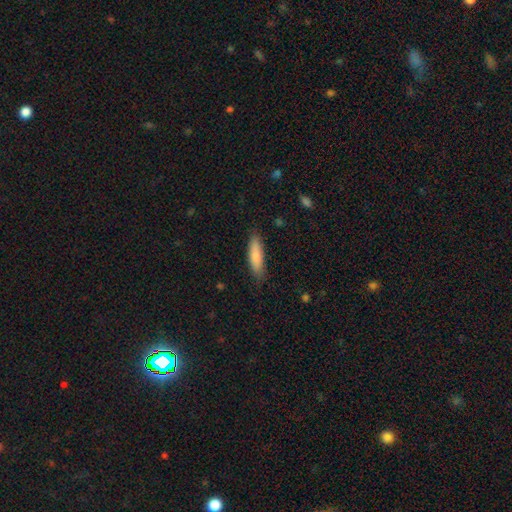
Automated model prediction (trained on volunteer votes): Q: Smooth or featured?
A: smooth (81%); runner-up: featured or disk (13%)
Q: How rounded?
A: cigar-shaped (69%); runner-up: in between (30%)
Q: Merging?
A: none (83%); runner-up: minor disturbance (13%)